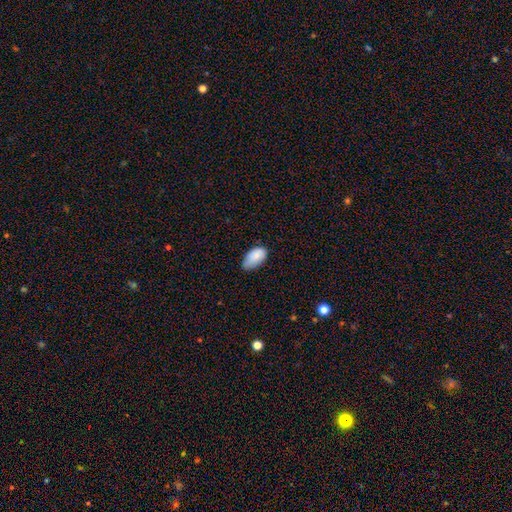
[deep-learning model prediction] smooth-or-featured: smooth: 87% | star or artifact: 7% | featured or disk: 6%
  how-rounded: in between: 94% | round: 4% | cigar-shaped: 2%
  merging: none: 51% | minor disturbance: 42% | major disturbance: 6% | merger: 2%